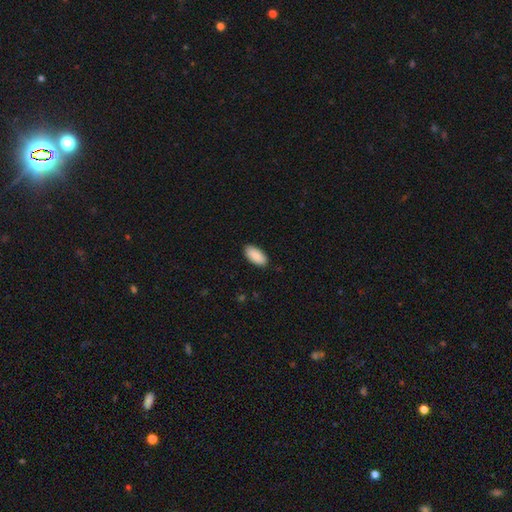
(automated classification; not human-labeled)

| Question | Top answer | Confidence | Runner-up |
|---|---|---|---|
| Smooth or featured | smooth | 90% | star or artifact (6%) |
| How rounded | in between | 94% | cigar-shaped (4%) |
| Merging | none | 89% | minor disturbance (8%) |